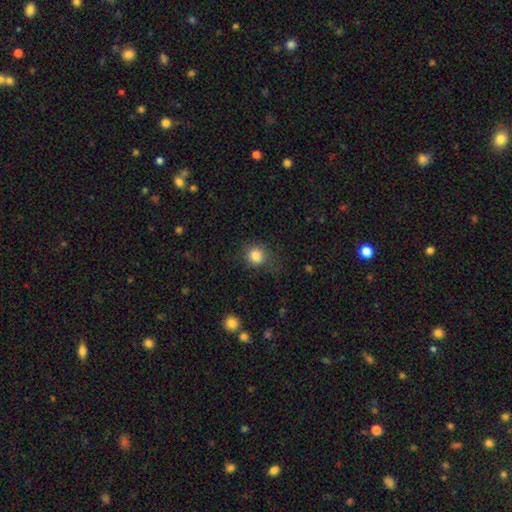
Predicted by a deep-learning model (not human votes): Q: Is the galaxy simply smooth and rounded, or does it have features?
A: smooth — 84%.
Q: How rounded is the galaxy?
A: round — 83%.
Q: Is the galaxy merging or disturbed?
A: none — 72%.